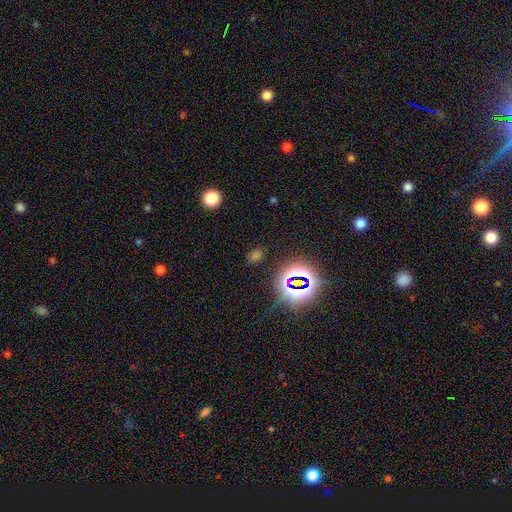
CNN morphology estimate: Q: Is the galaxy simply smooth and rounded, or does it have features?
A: star or artifact — 47%.